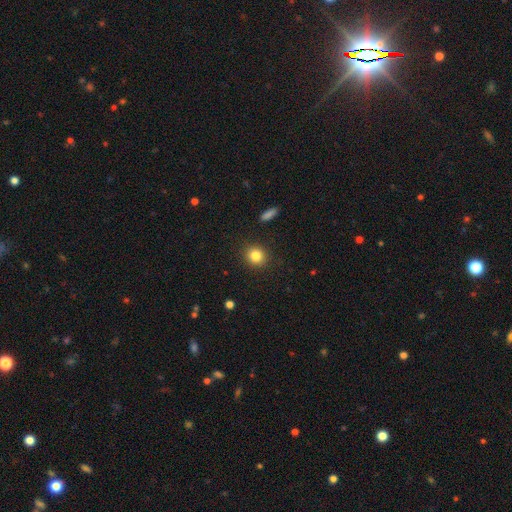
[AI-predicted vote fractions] Morphology: type=smooth (83%); roundness=round (85%); merging=none (91%).